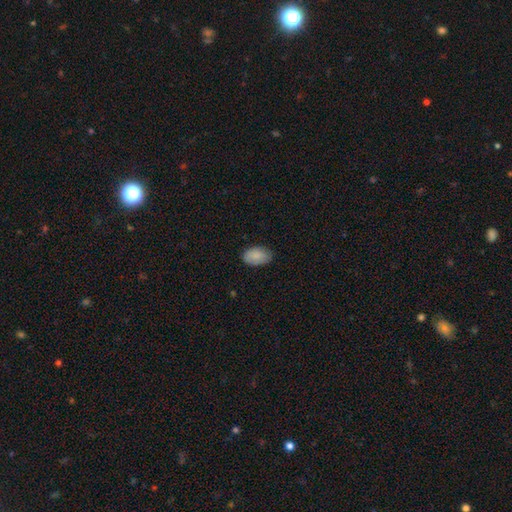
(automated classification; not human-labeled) Smooth or featured?
  - smooth: 87% *
  - featured or disk: 7%
  - star or artifact: 6%
How rounded?
  - in between: 93% *
  - round: 6%
  - cigar-shaped: 1%
Merging?
  - none: 79% *
  - minor disturbance: 17%
  - major disturbance: 3%
  - merger: 1%